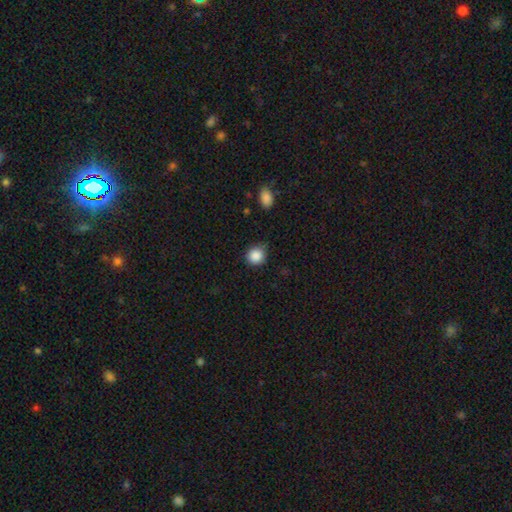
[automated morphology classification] smooth_or_featured: smooth (p=0.87) [alt: star or artifact p=0.10]
how_rounded: round (p=0.91) [alt: in between p=0.08]
merging: none (p=0.78) [alt: minor disturbance p=0.17]